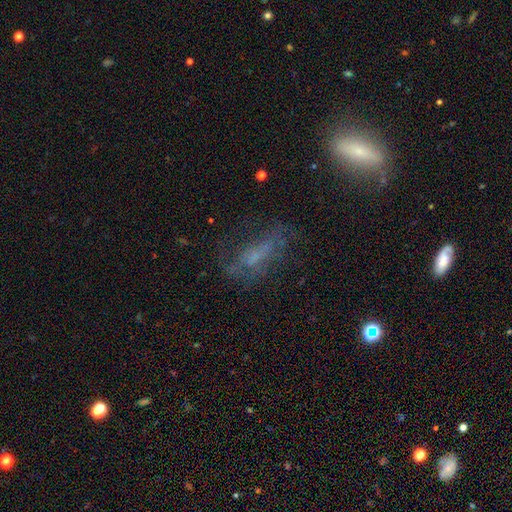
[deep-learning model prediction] A featured or disk galaxy (42%).

Vote fractions:
- Smooth or featured? featured or disk: 42% / smooth: 37% / star or artifact: 22%
- Merging? none: 49% / major disturbance: 26% / minor disturbance: 21% / merger: 4%